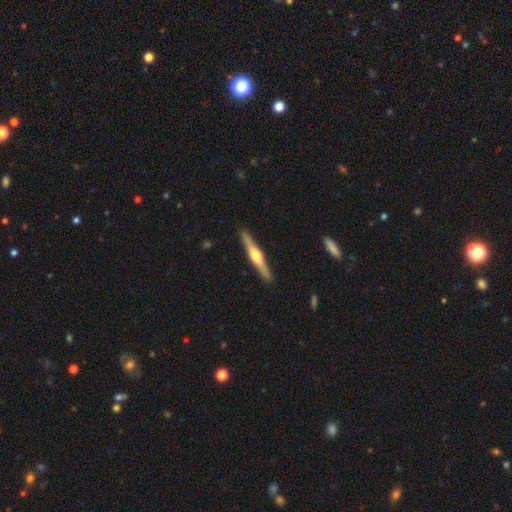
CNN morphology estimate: smooth-or-featured: featured or disk: 72% | smooth: 24% | star or artifact: 5%
  disk-edge-on: yes: 97% | no: 3%
    edge-on-bulge: rounded: 92% | boxy: 4% | none: 4%
  merging: none: 91% | minor disturbance: 7% | major disturbance: 1% | merger: 1%